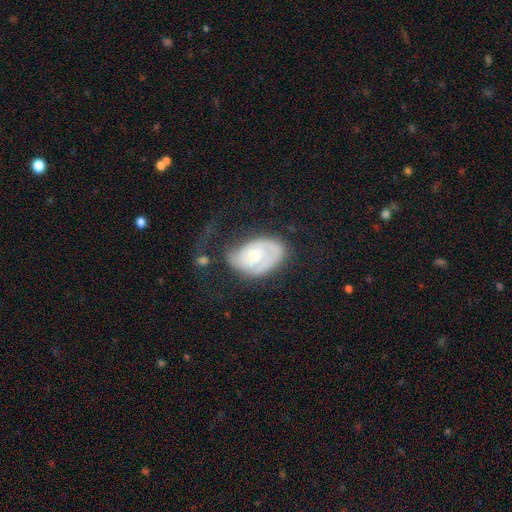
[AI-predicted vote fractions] Smooth or featured?
  - featured or disk: 65% *
  - smooth: 29%
  - star or artifact: 6%
Edge-on disk?
  - no: 96% *
  - yes: 4%
Bar?
  - no: 72% *
  - weak: 24%
  - strong: 4%
Spiral arms?
  - yes: 76% *
  - no: 24%
Bulge size?
  - moderate: 55% *
  - small: 38%
  - large: 4%
  - none: 2%
  - dominant: 1%
Merging?
  - none: 36% *
  - major disturbance: 30%
  - minor disturbance: 29%
  - merger: 4%